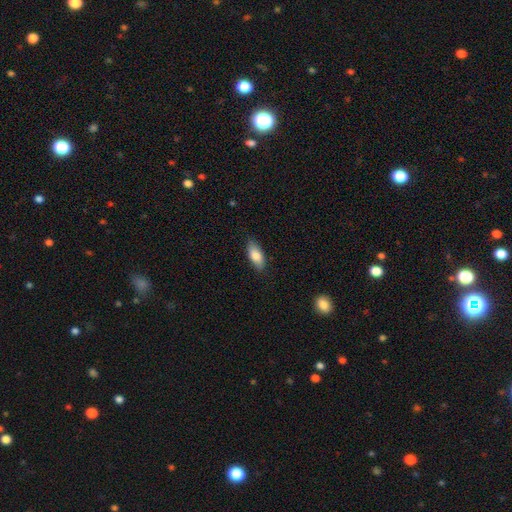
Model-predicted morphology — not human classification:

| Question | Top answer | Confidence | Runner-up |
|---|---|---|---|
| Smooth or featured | smooth | 82% | featured or disk (12%) |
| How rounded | in between | 85% | cigar-shaped (12%) |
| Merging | none | 83% | minor disturbance (13%) |